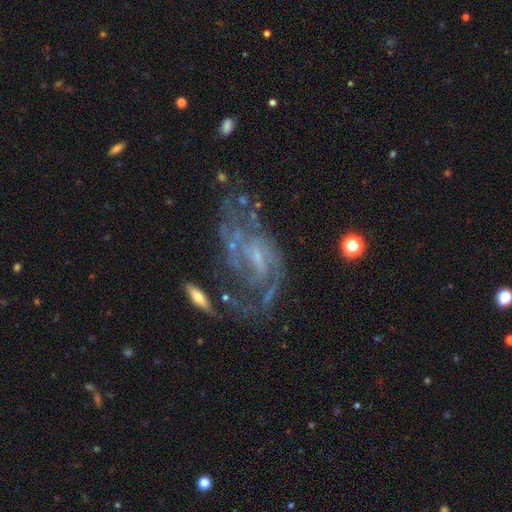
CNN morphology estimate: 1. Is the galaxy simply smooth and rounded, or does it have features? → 82% featured or disk, 9% star or artifact, 8% smooth.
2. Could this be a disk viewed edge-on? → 96% no, 4% yes.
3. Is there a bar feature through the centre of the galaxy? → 45% no, 44% weak, 12% strong.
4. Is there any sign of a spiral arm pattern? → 87% yes, 13% no.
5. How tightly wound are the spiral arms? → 44% medium, 32% tight, 24% loose.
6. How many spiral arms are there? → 38% 2, 31% can't tell, 12% 3, 10% 1, 5% 4, 4% more than 4.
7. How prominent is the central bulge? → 56% small, 27% none, 14% moderate, 2% large, 1% dominant.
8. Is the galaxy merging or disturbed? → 45% none, 28% major disturbance, 20% minor disturbance, 7% merger.